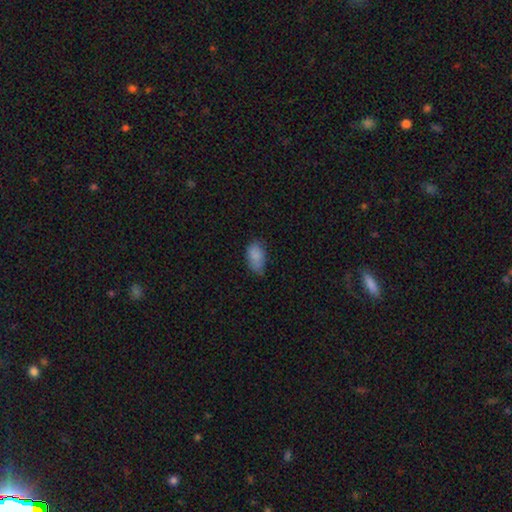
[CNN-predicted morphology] type=smooth (84%); roundness=in between (91%); merging=none (58%).